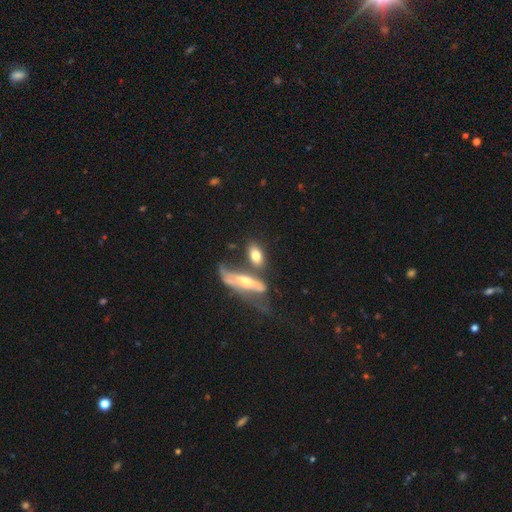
Smooth or featured? smooth (67%)
How rounded? in between (81%)
Merging? none (46%)